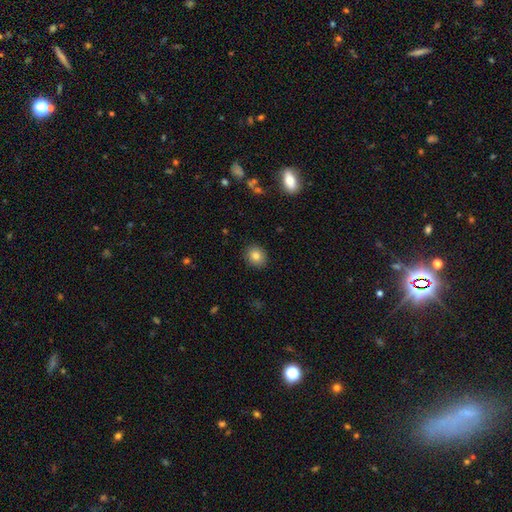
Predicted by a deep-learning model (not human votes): smooth 83%, star or artifact 10%, featured or disk 7%. Down the decision tree: how rounded — round (75%); merging — none (90%).